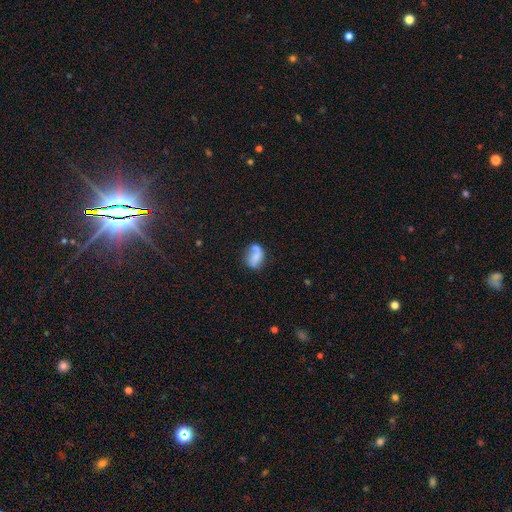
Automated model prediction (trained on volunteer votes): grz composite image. It shows a smooth galaxy with no disk features (54%) that is in between round and cigar-shaped (67%). Merging: none (47%).